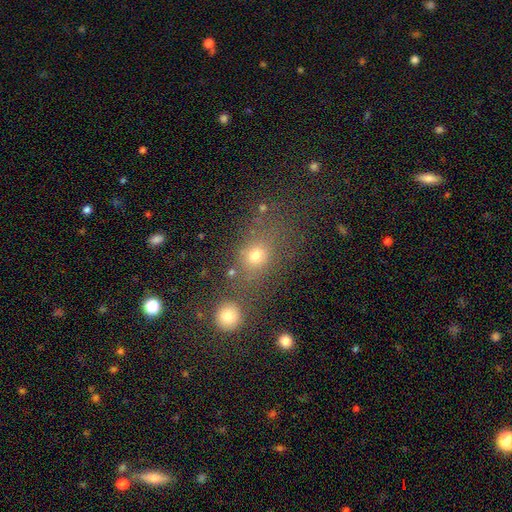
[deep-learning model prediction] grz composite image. It shows a smooth galaxy with no disk features (69%) that is round (56%). Merging: none (62%).